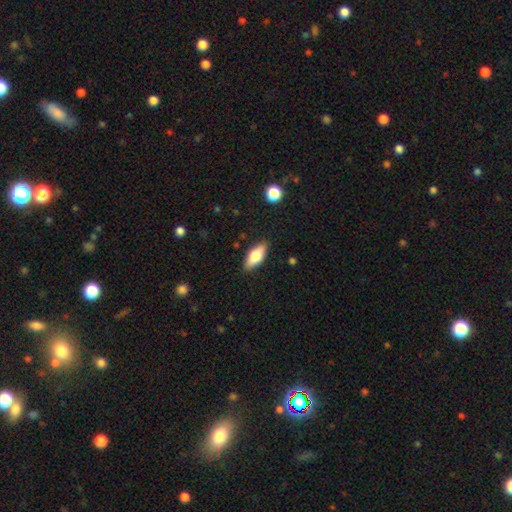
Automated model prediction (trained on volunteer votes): Smooth or featured: smooth — 69% (featured or disk — 25%)
How rounded: in between — 80% (cigar-shaped — 17%)
Merging: none — 87% (minor disturbance — 10%)